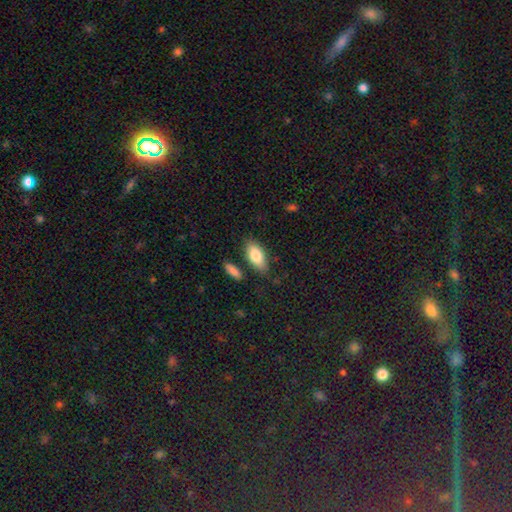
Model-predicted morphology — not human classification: smooth_or_featured: smooth (p=0.82) [alt: featured or disk p=0.12]
how_rounded: in between (p=0.89) [alt: cigar-shaped p=0.08]
merging: none (p=0.78) [alt: minor disturbance p=0.13]